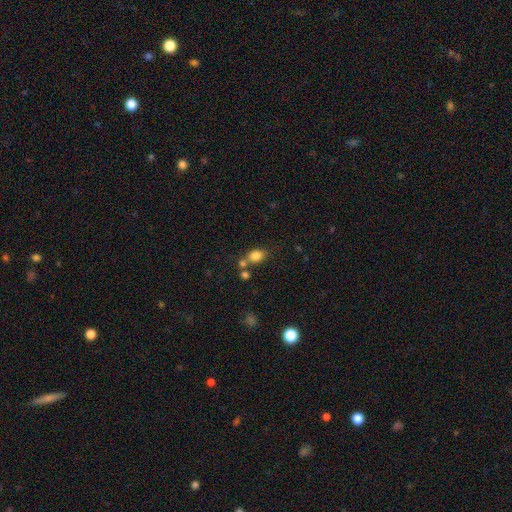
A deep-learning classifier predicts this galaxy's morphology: Smooth or featured: smooth — 81% (star or artifact — 11%)
How rounded: in between — 57% (round — 41%)
Merging: none — 54% (merger — 28%)